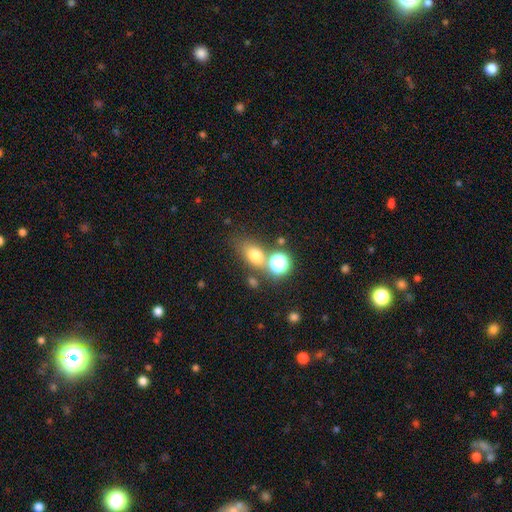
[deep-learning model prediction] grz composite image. It shows a smooth galaxy with no disk features (71%) that is in between round and cigar-shaped (63%). Merging: none (57%).